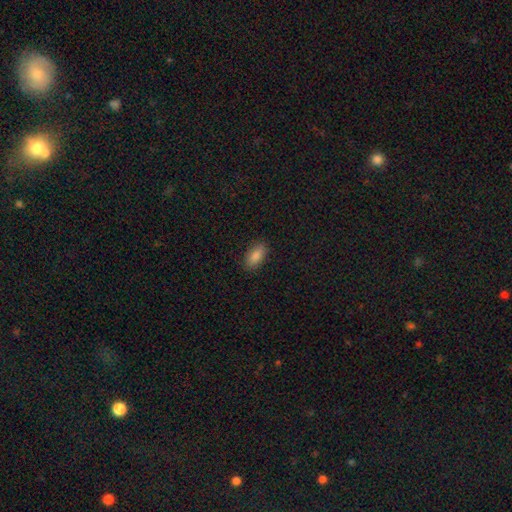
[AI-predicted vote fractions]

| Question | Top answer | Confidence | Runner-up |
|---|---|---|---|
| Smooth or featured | smooth | 86% | star or artifact (8%) |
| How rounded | in between | 90% | cigar-shaped (7%) |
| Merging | none | 89% | minor disturbance (8%) |